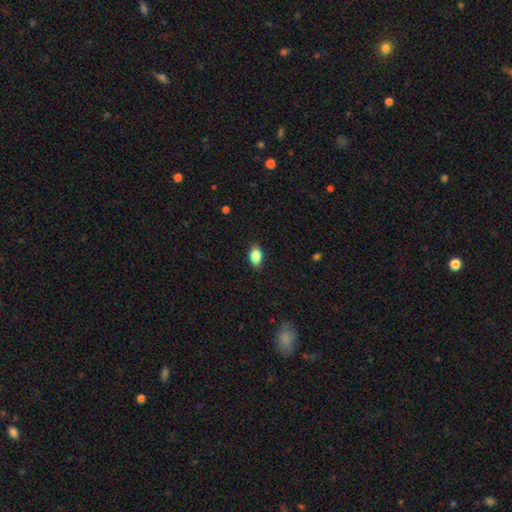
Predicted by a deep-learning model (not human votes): Smooth or featured: smooth — 87% (star or artifact — 8%)
How rounded: in between — 89% (round — 9%)
Merging: none — 87% (minor disturbance — 10%)